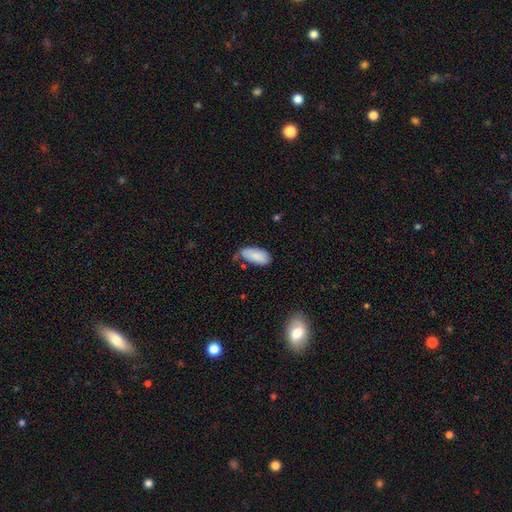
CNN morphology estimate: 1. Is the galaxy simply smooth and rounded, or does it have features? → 86% smooth, 7% featured or disk, 6% star or artifact.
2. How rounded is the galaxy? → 90% in between, 8% cigar-shaped, 2% round.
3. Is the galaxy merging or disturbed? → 65% none, 26% minor disturbance, 4% merger, 4% major disturbance.